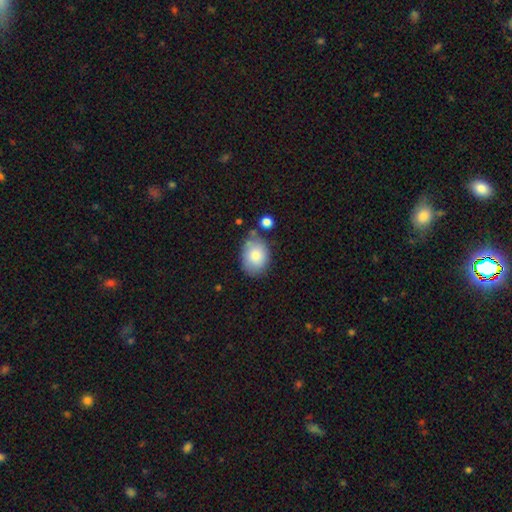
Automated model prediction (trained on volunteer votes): smooth_or_featured: smooth (p=0.82) [alt: featured or disk p=0.11]
how_rounded: in between (p=0.71) [alt: round p=0.28]
merging: none (p=0.67) [alt: minor disturbance p=0.20]